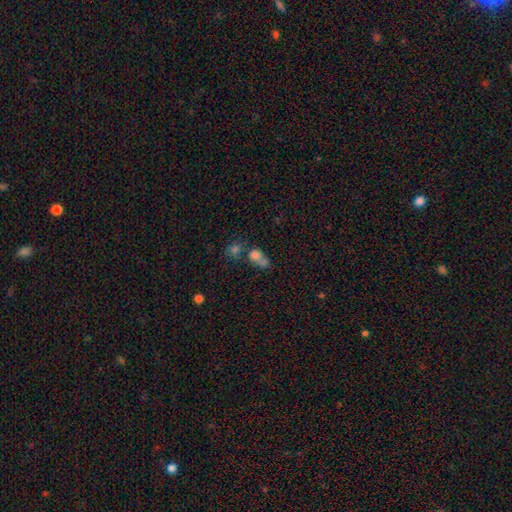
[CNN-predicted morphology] This appears to be a smooth galaxy with no disk features (68%) that is round (51%). Merging: merger (55%).